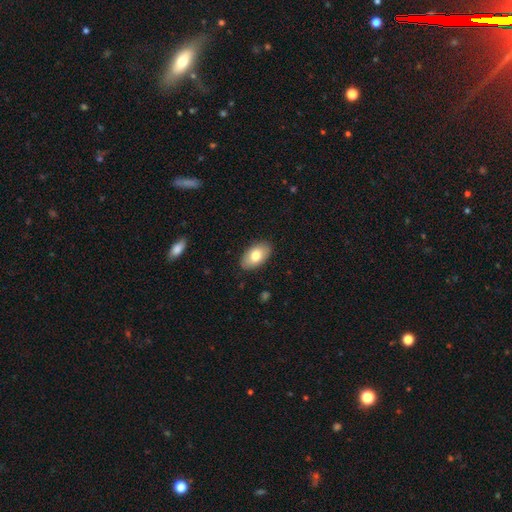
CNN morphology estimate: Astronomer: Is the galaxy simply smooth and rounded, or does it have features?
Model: smooth — 77%.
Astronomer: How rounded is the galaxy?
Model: in between — 94%.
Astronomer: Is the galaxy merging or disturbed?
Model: none — 87%.